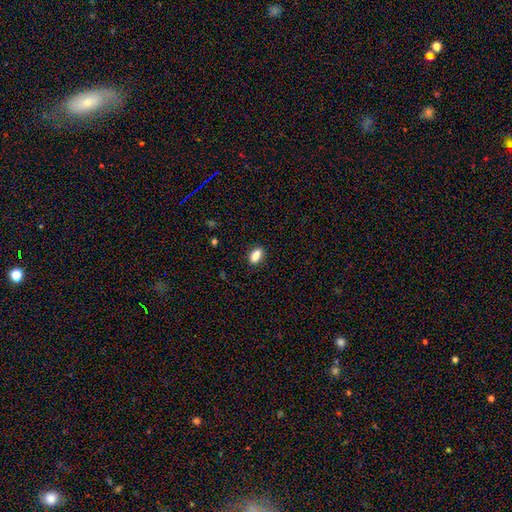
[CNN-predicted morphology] smooth-or-featured: smooth: 85% | star or artifact: 9% | featured or disk: 5%
  how-rounded: in between: 81% | cigar-shaped: 10% | round: 9%
  merging: none: 86% | minor disturbance: 10% | major disturbance: 2% | merger: 2%